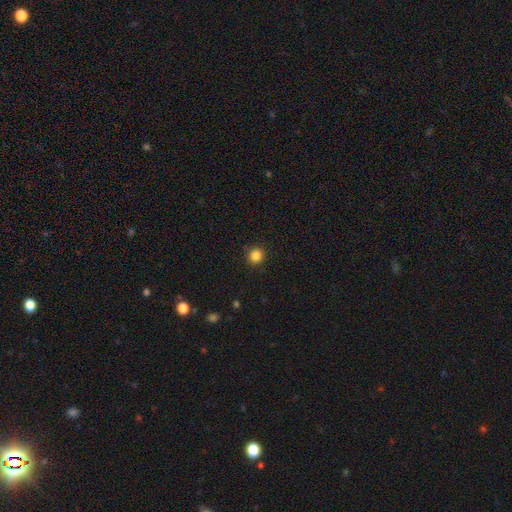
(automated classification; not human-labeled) Smooth or featured? smooth (85%)
How rounded? round (93%)
Merging? none (92%)